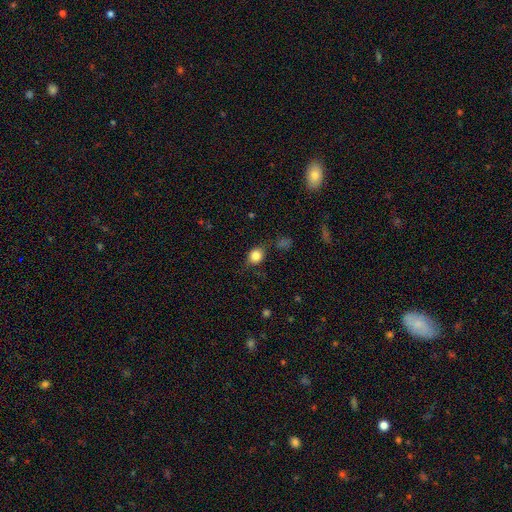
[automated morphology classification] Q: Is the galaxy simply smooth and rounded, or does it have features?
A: smooth — 79%.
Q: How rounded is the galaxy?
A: round — 59%.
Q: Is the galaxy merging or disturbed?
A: none — 69%.